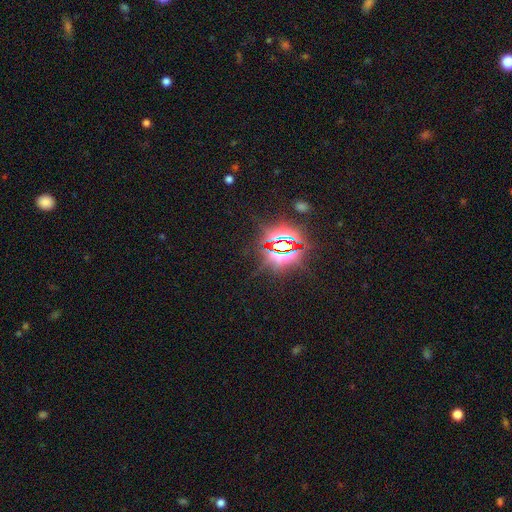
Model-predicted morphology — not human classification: type=star or artifact (86%).